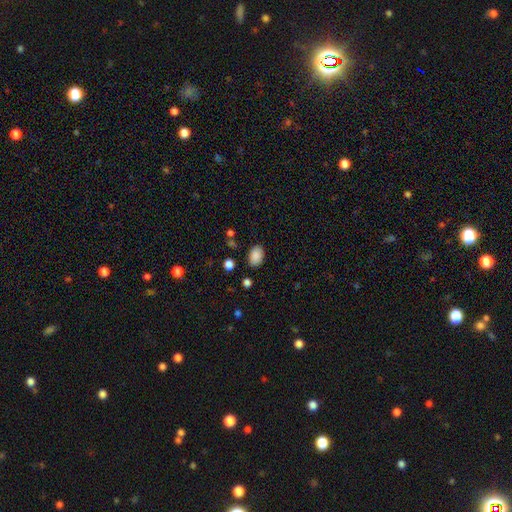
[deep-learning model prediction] Overall: smooth (88%). How rounded: in between (84%). Merging: none (83%).